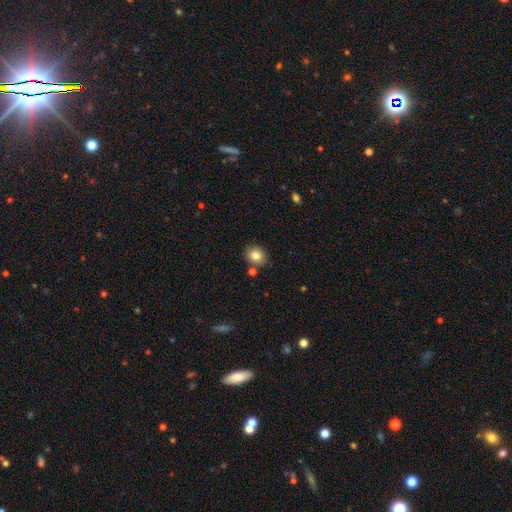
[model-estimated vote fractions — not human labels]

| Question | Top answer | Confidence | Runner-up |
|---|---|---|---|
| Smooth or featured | smooth | 82% | star or artifact (10%) |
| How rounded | round | 70% | in between (29%) |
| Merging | none | 81% | minor disturbance (10%) |